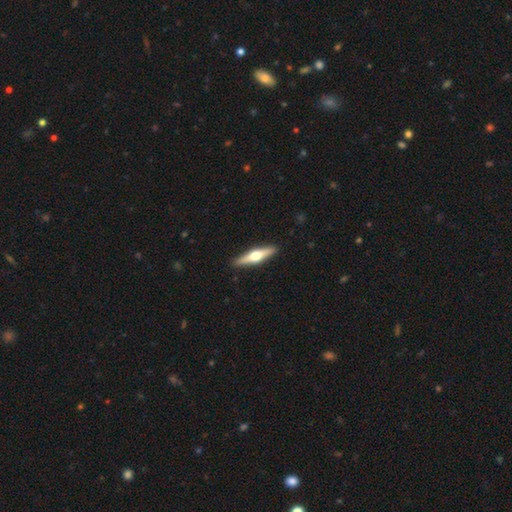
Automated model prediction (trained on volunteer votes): smooth_or_featured: featured or disk (p=0.65) [alt: smooth p=0.30]
disk_edge_on: yes (p=0.97) [alt: no p=0.03]
edge_on_bulge: rounded (p=0.96) [alt: boxy p=0.03]
merging: none (p=0.91) [alt: minor disturbance p=0.06]